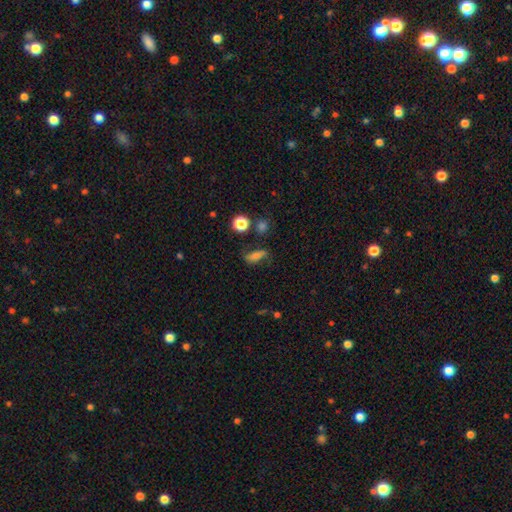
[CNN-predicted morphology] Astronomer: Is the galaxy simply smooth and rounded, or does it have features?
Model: smooth — 60%.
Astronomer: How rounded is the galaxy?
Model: in between — 57%.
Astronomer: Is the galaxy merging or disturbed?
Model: none — 61%.